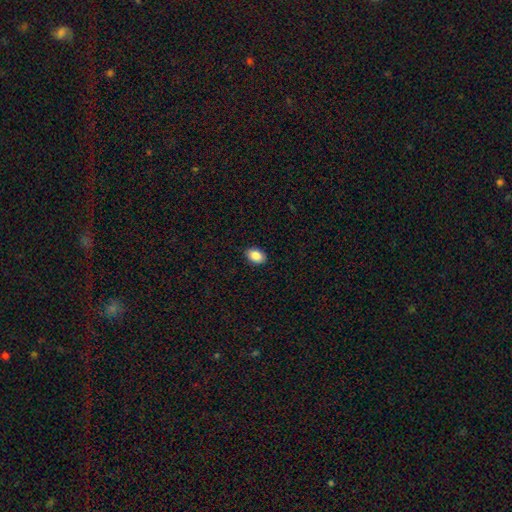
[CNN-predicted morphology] The model was most divided on "how rounded": in between: 83%, round: 16%, cigar-shaped: 1%. More confident: merging — none (89%); smooth or featured — smooth (87%).